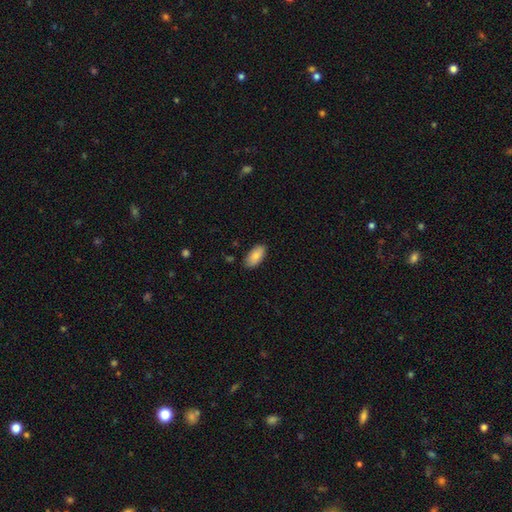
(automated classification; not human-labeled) This is clearly a smooth galaxy (83%). How rounded: clearly in between (93%). Merging: clearly none (85%).